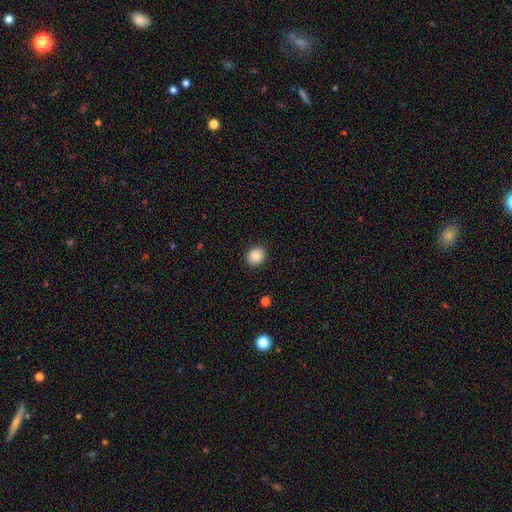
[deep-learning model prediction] Morphology: type=smooth (84%); roundness=round (68%); merging=none (90%).